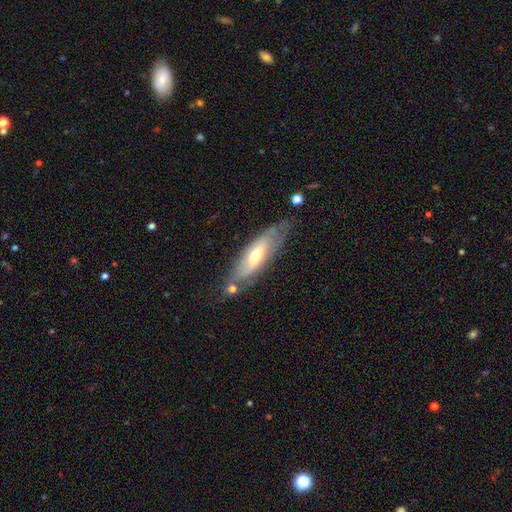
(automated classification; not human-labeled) Smooth or featured? featured or disk (56%)
Edge-on disk? no (60%)
Merging? none (64%)